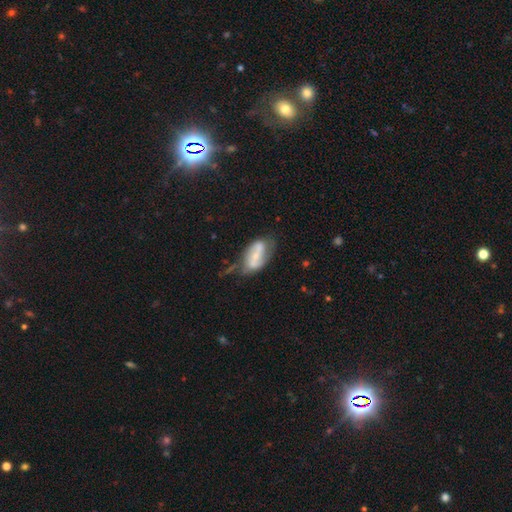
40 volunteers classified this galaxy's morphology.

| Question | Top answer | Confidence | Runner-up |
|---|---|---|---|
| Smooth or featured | featured or disk | 82% | smooth (15%) |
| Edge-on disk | no | 91% | yes (9%) |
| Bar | weak | 50% | strong (33%) |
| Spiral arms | yes | 77% | no (23%) |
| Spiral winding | loose | 39% | medium (35%) |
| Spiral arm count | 2 | 91% | can't tell (9%) |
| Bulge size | small | 43% | moderate (40%) |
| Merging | none | 67% | minor disturbance (21%) |